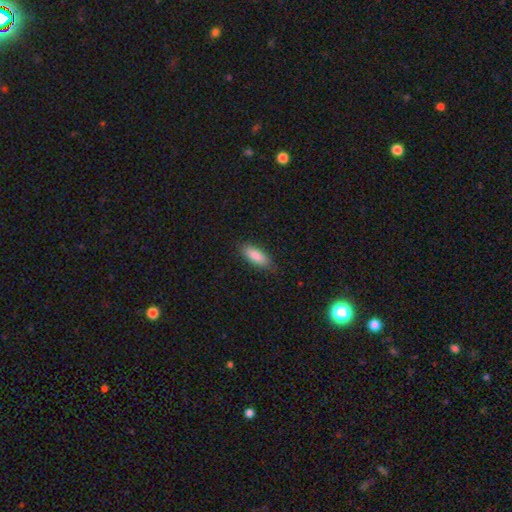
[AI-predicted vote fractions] Smooth or featured? Predicted: smooth (p=0.87). How rounded? Predicted: in between (p=0.74). Merging? Predicted: none (p=0.84).